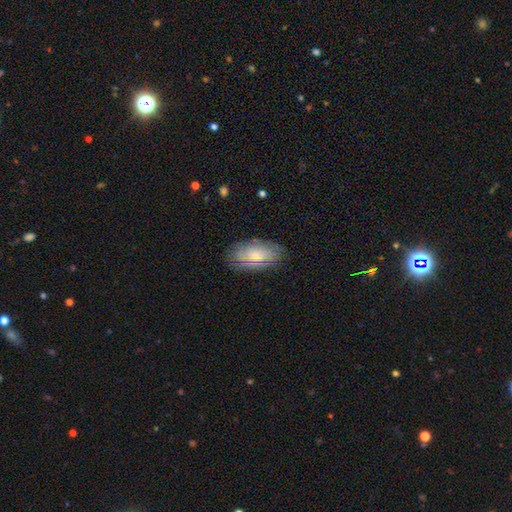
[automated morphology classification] This appears to be a smooth galaxy with no disk features (58%) that is in between round and cigar-shaped (89%). Merging: none (80%).